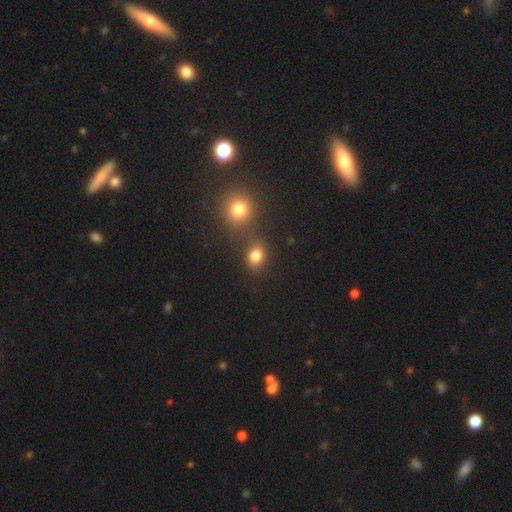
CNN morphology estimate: Overall: smooth (80%). How rounded: round (57%; in between 42%). Merging: none (64%).